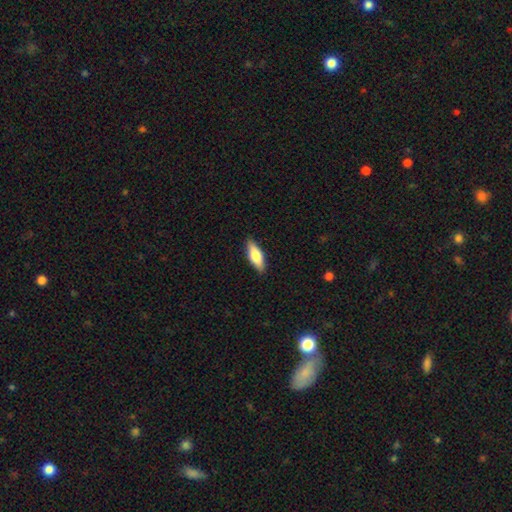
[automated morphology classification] Smooth or featured?
  - smooth: 72% *
  - featured or disk: 23%
  - star or artifact: 6%
How rounded?
  - in between: 61% *
  - cigar-shaped: 37%
  - round: 2%
Merging?
  - none: 88% *
  - minor disturbance: 9%
  - major disturbance: 2%
  - merger: 1%